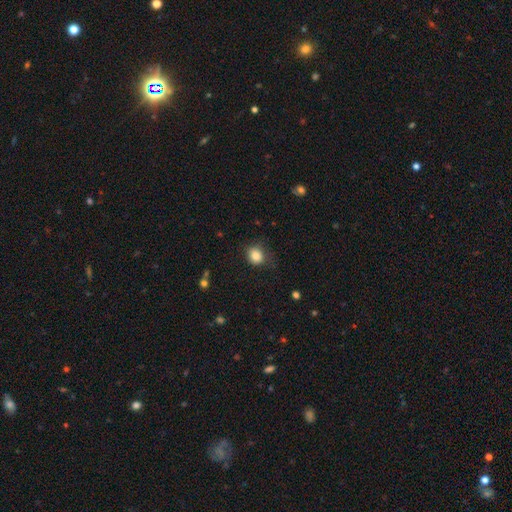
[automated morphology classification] Smooth or featured: smooth — 84% (star or artifact — 10%)
How rounded: round — 69% (in between — 30%)
Merging: none — 70% (minor disturbance — 22%)